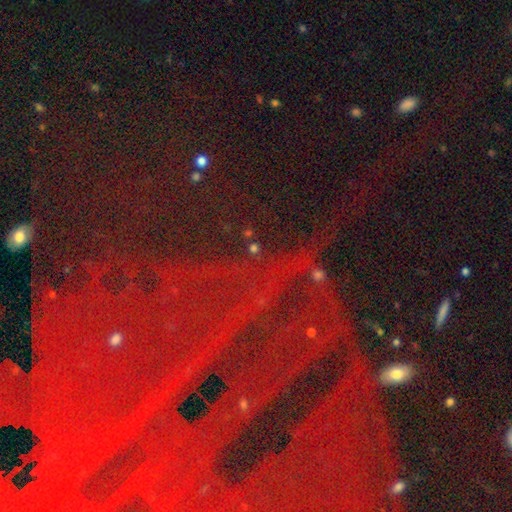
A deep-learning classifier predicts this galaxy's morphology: smooth_or_featured: star or artifact (p=0.80) [alt: featured or disk p=0.11]